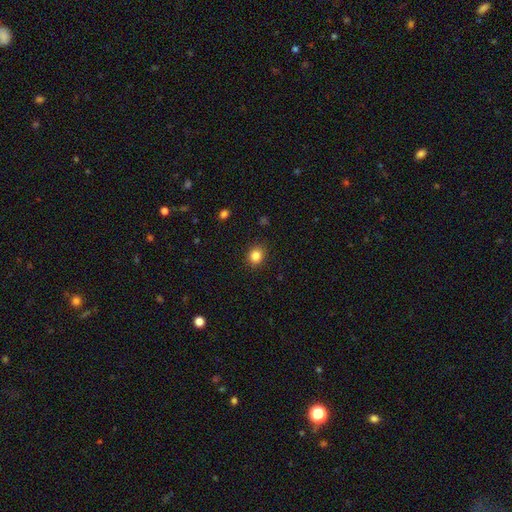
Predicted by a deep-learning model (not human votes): A smooth galaxy with no disk features (85%) that is round (72%).

Vote fractions:
- Smooth or featured? smooth: 85% / star or artifact: 11% / featured or disk: 5%
- How rounded? round: 72% / in between: 27% / cigar-shaped: 1%
- Merging? none: 88% / minor disturbance: 8% / major disturbance: 2% / merger: 1%